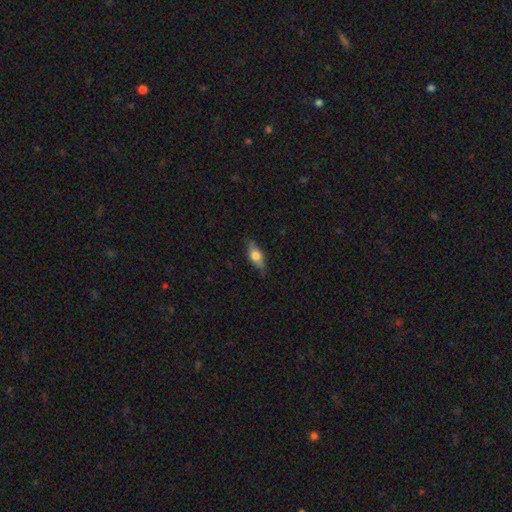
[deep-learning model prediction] Q: Smooth or featured?
A: smooth (63%); runner-up: featured or disk (30%)
Q: How rounded?
A: in between (75%); runner-up: cigar-shaped (21%)
Q: Merging?
A: none (81%); runner-up: minor disturbance (16%)